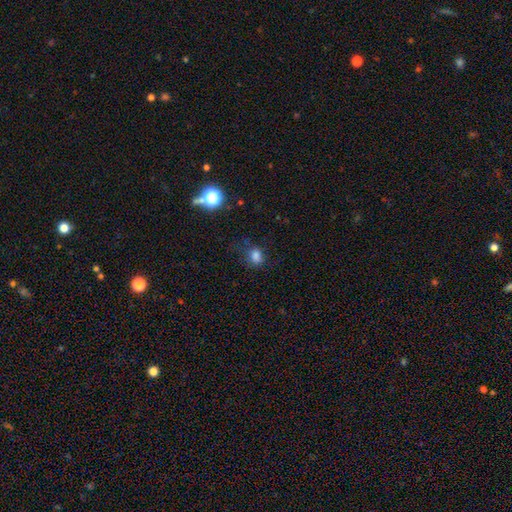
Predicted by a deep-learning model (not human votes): The model was most divided on "how rounded": in between: 51%, round: 48%, cigar-shaped: 1%. More confident: smooth or featured — smooth (78%); merging — none (63%).